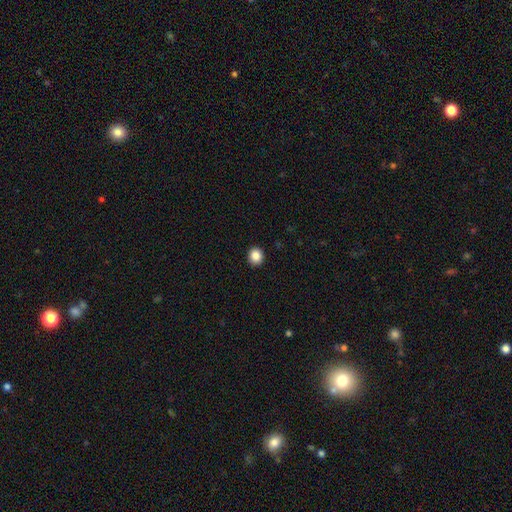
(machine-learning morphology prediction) Smooth or featured? smooth (87%)
How rounded? round (83%)
Merging? none (93%)